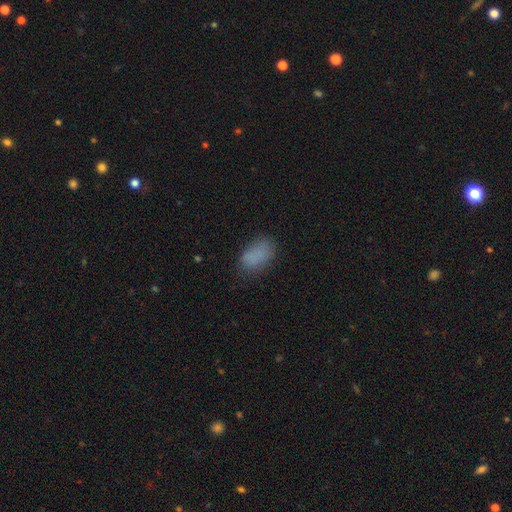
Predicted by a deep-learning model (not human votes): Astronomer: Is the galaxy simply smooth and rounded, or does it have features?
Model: smooth — 82%.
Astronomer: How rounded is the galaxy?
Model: in between — 91%.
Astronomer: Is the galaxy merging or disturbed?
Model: none — 70%.